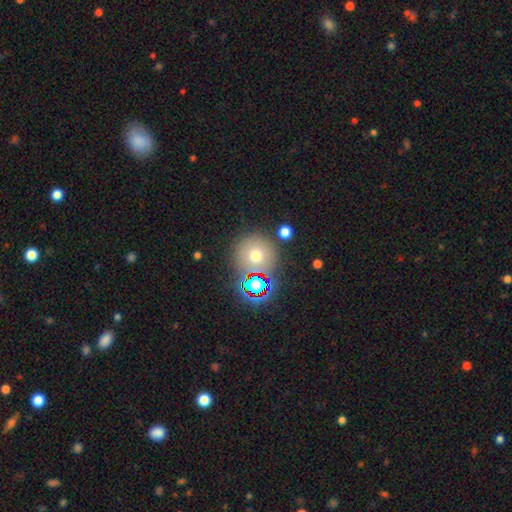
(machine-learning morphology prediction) Smooth or featured? smooth (64%)
How rounded? round (93%)
Merging? none (76%)